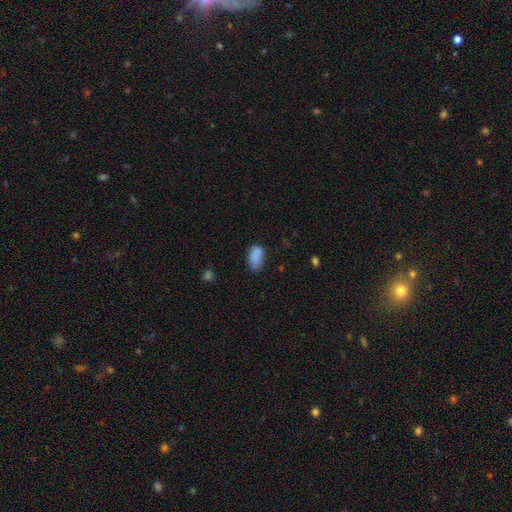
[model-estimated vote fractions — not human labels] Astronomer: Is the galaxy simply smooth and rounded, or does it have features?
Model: smooth — 87%.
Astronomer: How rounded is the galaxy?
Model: in between — 92%.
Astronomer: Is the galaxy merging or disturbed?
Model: none — 67%.